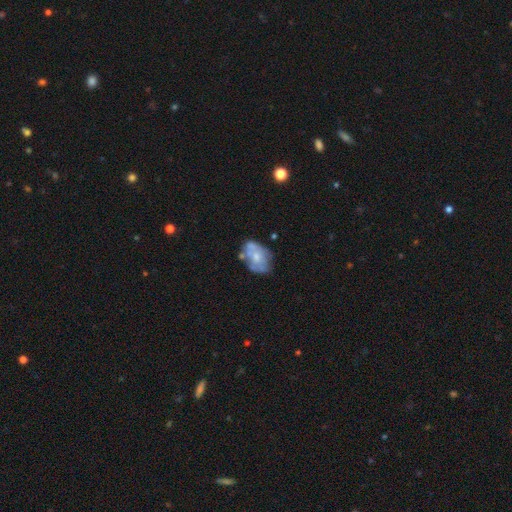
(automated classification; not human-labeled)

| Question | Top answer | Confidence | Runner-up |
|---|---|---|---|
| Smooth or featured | featured or disk | 54% | smooth (39%) |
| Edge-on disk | no | 96% | yes (4%) |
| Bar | no | 85% | weak (13%) |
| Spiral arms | no | 70% | yes (30%) |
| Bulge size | moderate | 50% | small (32%) |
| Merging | none | 49% | minor disturbance (27%) |